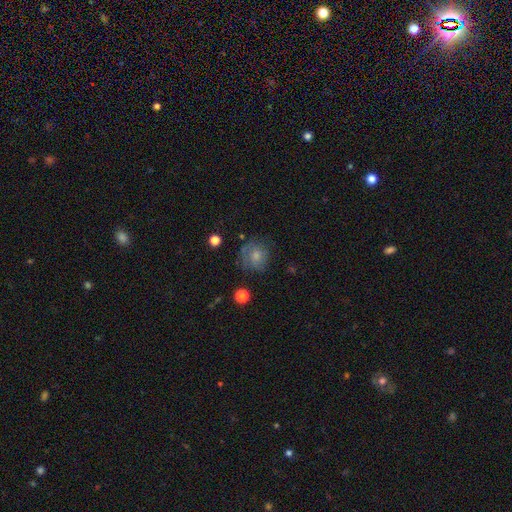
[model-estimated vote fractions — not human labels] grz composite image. It shows a smooth galaxy with no disk features (64%) that is round (83%). Merging: none (61%).